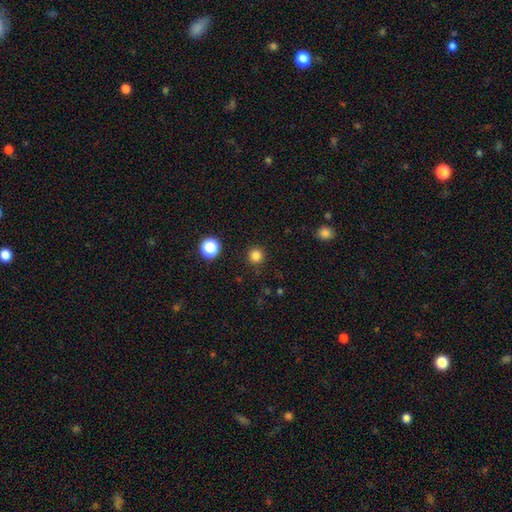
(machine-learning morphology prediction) A smooth galaxy with no disk features (82%) that is round (95%). Merging: none (91%).